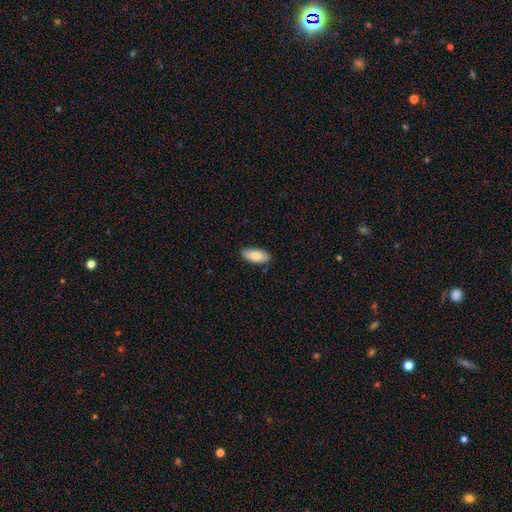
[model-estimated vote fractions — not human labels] Smooth or featured? smooth (84%)
How rounded? in between (90%)
Merging? none (84%)